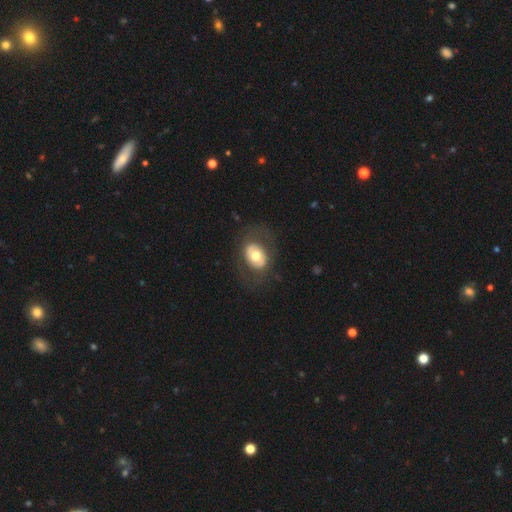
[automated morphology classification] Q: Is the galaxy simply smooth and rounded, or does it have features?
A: smooth — 53%.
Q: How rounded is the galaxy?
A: in between — 70%.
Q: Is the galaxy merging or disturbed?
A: none — 74%.